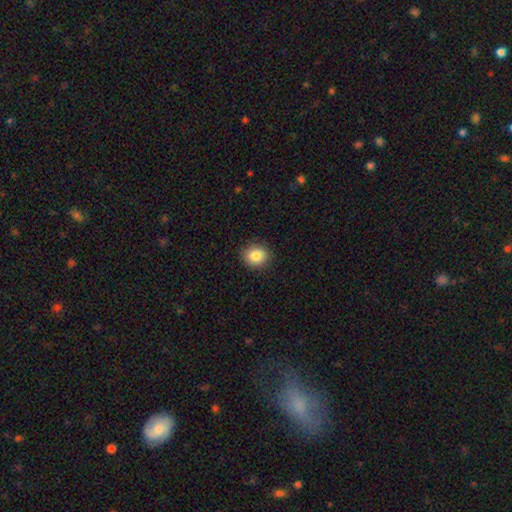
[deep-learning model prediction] smooth 85%, star or artifact 9%, featured or disk 5%. Down the decision tree: how rounded — round (78%); merging — none (91%).